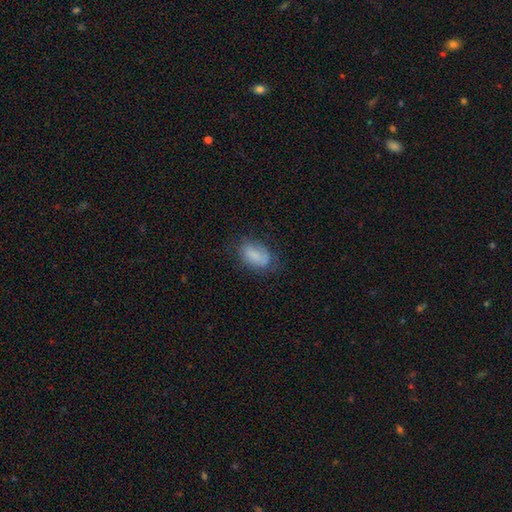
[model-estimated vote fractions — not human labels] smooth_or_featured: smooth (p=0.77) [alt: featured or disk p=0.15]
how_rounded: in between (p=0.91) [alt: round p=0.07]
merging: none (p=0.63) [alt: minor disturbance p=0.25]